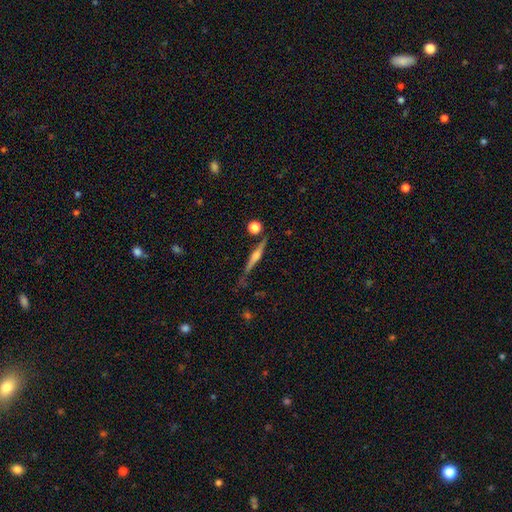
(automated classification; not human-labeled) This appears to be a featured or disk galaxy (69%) viewed edge-on (97%) with a rounded central bulge (78%). Merging: none (76%).